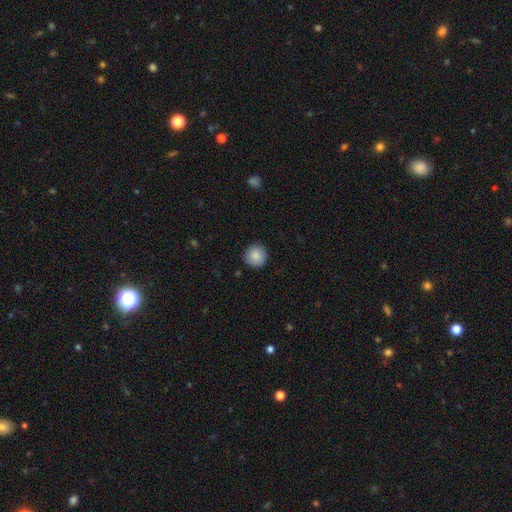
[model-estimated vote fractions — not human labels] Q: Smooth or featured?
A: smooth (87%); runner-up: star or artifact (8%)
Q: How rounded?
A: round (94%); runner-up: in between (5%)
Q: Merging?
A: none (89%); runner-up: minor disturbance (8%)